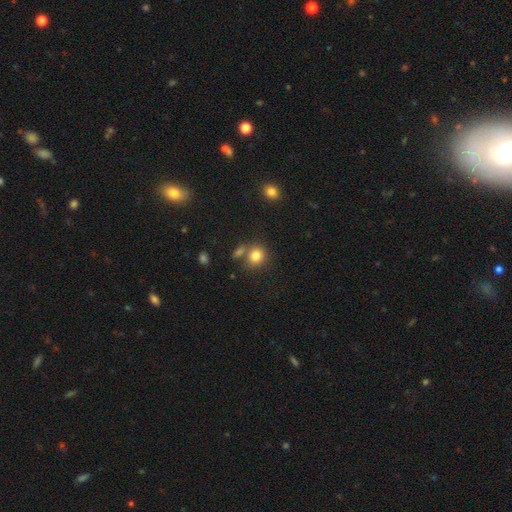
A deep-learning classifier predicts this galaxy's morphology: Smooth or featured: smooth — 81% (star or artifact — 11%)
How rounded: round — 76% (in between — 23%)
Merging: none — 63% (merger — 22%)